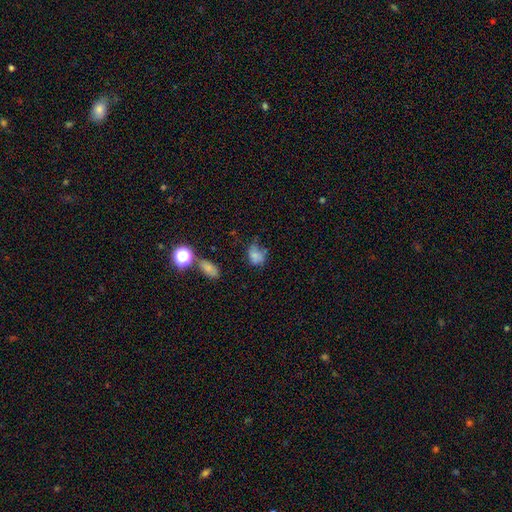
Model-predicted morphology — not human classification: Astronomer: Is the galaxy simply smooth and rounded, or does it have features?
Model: smooth — 73%.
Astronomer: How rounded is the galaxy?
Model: in between — 56% (runner-up: round, 42%).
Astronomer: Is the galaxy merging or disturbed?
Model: none — 45% (runner-up: minor disturbance, 32%).